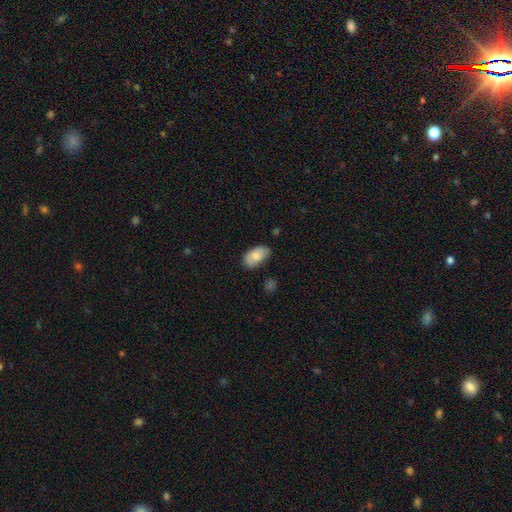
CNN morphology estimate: Smooth or featured: smooth — 77% (featured or disk — 16%)
How rounded: in between — 94% (round — 5%)
Merging: none — 66% (minor disturbance — 26%)